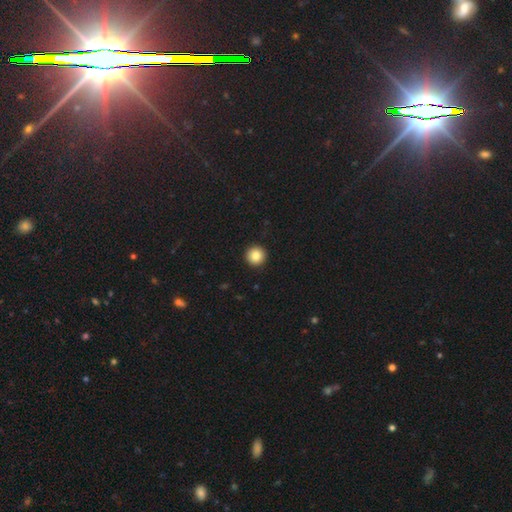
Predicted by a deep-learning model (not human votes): A smooth galaxy with no disk features (86%) that is round (96%). Merging: none (94%).